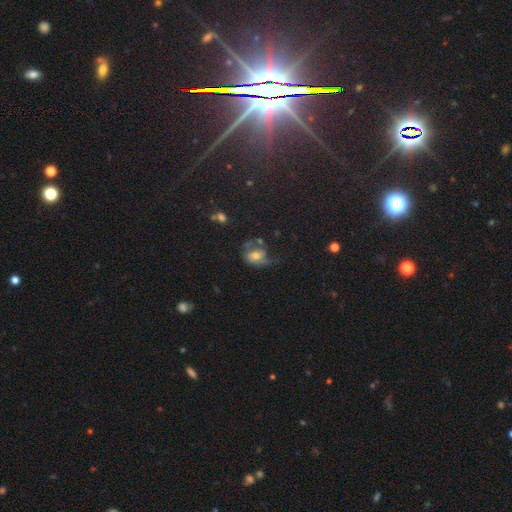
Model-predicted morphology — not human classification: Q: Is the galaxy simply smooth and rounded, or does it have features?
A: featured or disk — 43%, tied with smooth.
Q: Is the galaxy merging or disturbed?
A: none — 34%.